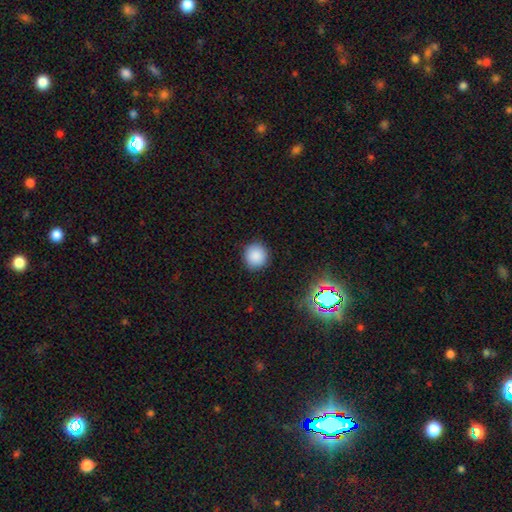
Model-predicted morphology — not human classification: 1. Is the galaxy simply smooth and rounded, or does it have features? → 86% smooth, 11% star or artifact, 4% featured or disk.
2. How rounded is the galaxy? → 93% round, 6% in between, 1% cigar-shaped.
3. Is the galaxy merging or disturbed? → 90% none, 7% minor disturbance, 2% major disturbance, 1% merger.